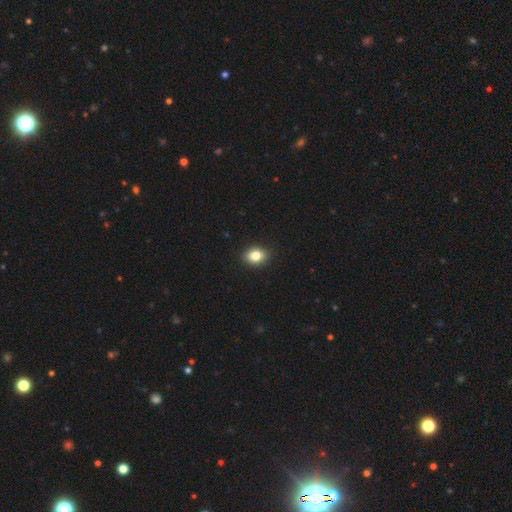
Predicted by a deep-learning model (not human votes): smooth 83%, star or artifact 10%, featured or disk 7%. Down the decision tree: how rounded — in between (60%); merging — none (90%).